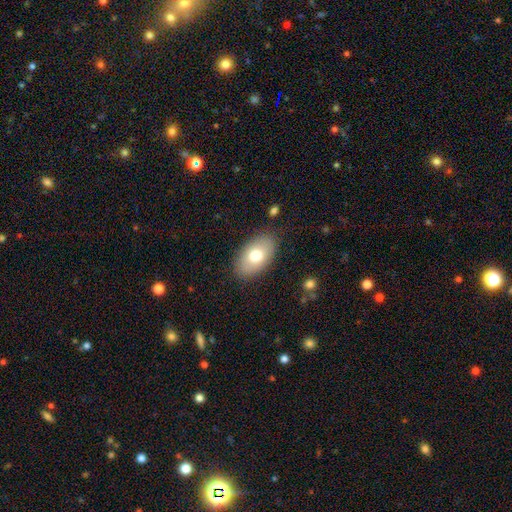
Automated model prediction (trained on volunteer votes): Smooth or featured?
  - smooth: 74% *
  - featured or disk: 19%
  - star or artifact: 7%
How rounded?
  - in between: 93% *
  - round: 6%
  - cigar-shaped: 2%
Merging?
  - none: 85% *
  - minor disturbance: 10%
  - major disturbance: 3%
  - merger: 1%